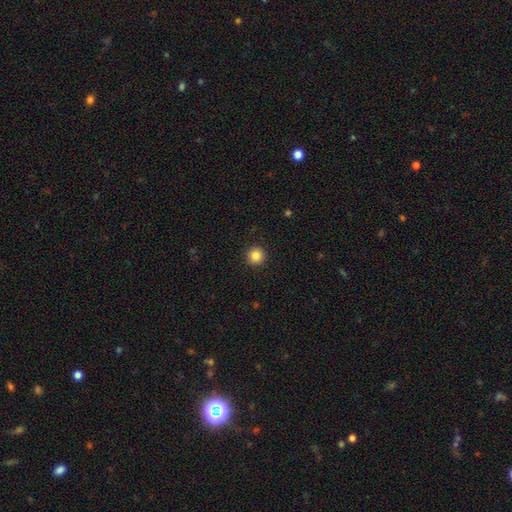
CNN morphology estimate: type=smooth (86%); roundness=round (95%); merging=none (92%).